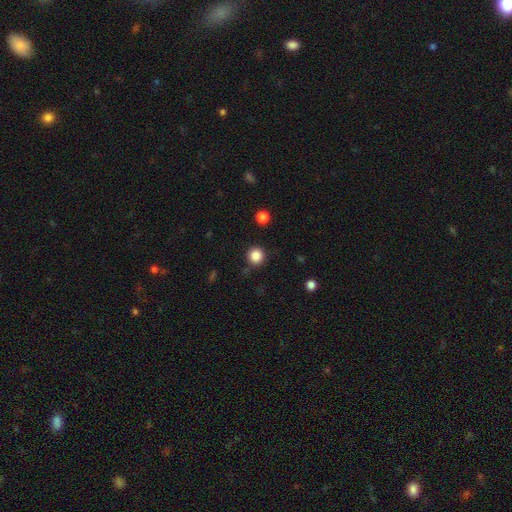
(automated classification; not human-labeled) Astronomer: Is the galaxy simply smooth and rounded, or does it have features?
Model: smooth — 85%.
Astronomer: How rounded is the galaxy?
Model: round — 95%.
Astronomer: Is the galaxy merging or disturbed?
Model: none — 89%.